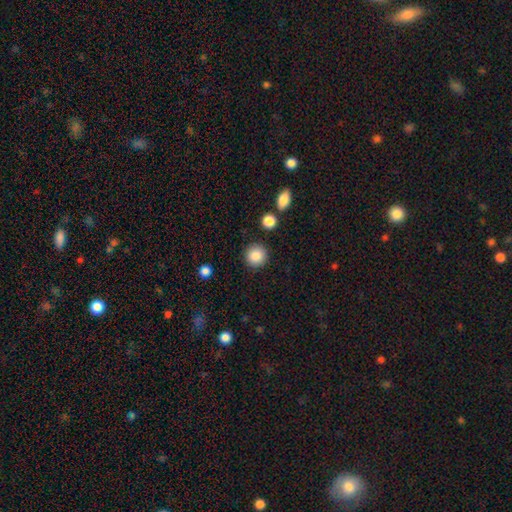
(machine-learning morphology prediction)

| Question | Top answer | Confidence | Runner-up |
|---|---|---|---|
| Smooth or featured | smooth | 87% | star or artifact (9%) |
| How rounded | round | 93% | in between (6%) |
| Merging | none | 89% | minor disturbance (6%) |